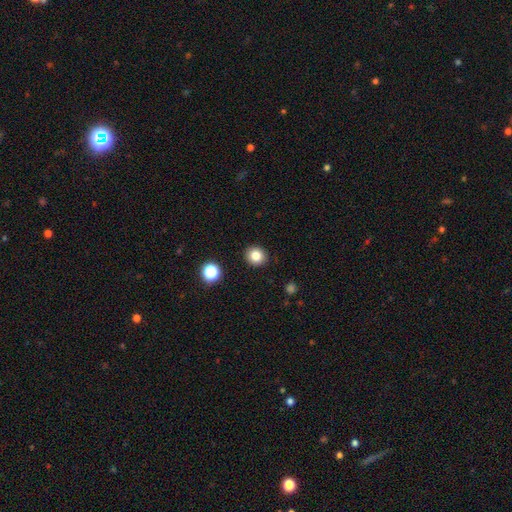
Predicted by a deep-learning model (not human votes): This appears to be a smooth galaxy with no disk features (82%) that is round (84%). Merging: none (91%).